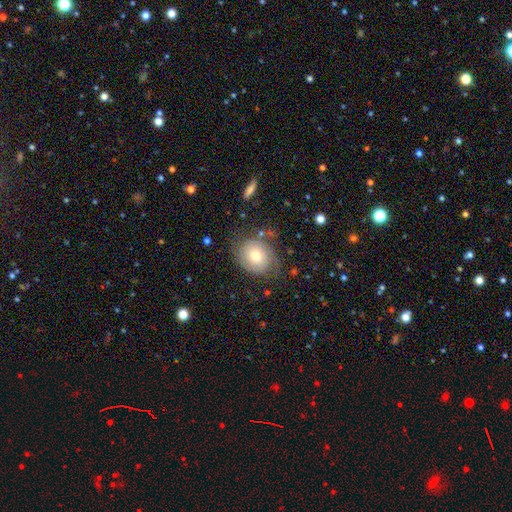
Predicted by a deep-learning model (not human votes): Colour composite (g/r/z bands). It shows a smooth galaxy with no disk features (47%). Merging: none (64%).